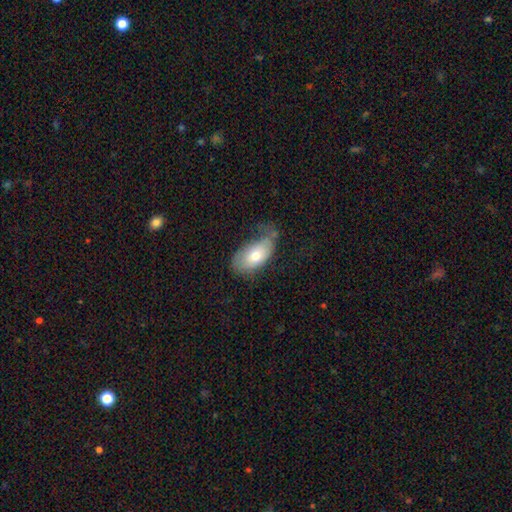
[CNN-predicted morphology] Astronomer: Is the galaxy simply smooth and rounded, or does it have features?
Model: smooth — 70%.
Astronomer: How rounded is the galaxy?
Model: in between — 93%.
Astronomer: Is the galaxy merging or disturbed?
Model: none — 40% (runner-up: minor disturbance, 36%).